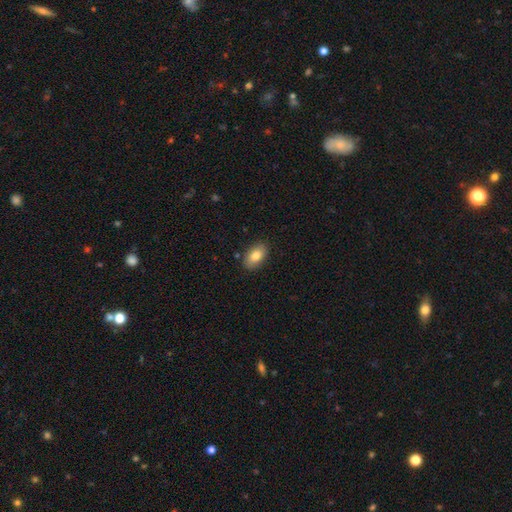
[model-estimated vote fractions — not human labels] This appears to be a smooth galaxy with no disk features (82%) that is in between round and cigar-shaped (92%). Merging: none (86%).